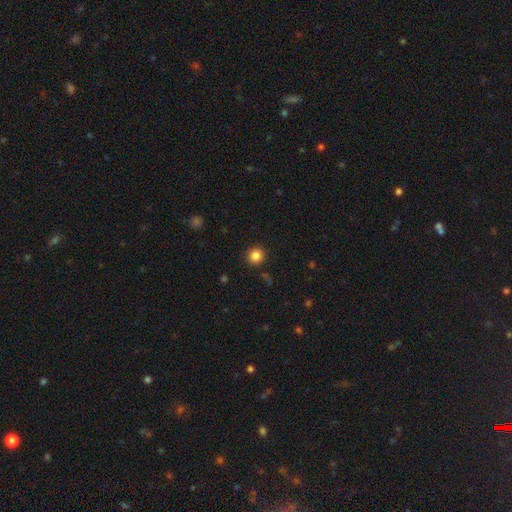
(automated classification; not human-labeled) Smooth or featured: smooth — 85% (star or artifact — 11%)
How rounded: round — 91% (in between — 8%)
Merging: none — 91% (minor disturbance — 6%)